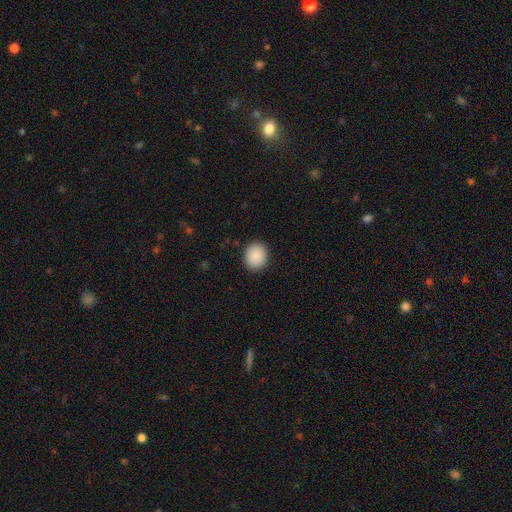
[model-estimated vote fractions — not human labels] smooth 90%, star or artifact 8%, featured or disk 3%. Down the decision tree: how rounded — round (69%); merging — none (90%).